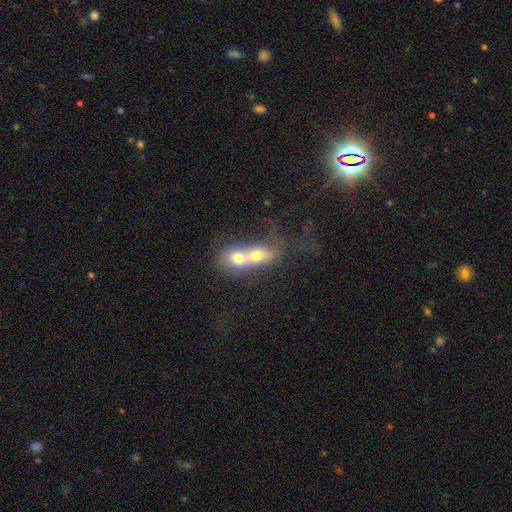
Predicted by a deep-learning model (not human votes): A smooth galaxy with no disk features (57%) that is in between round and cigar-shaped (53%). Merging: merger (81%).